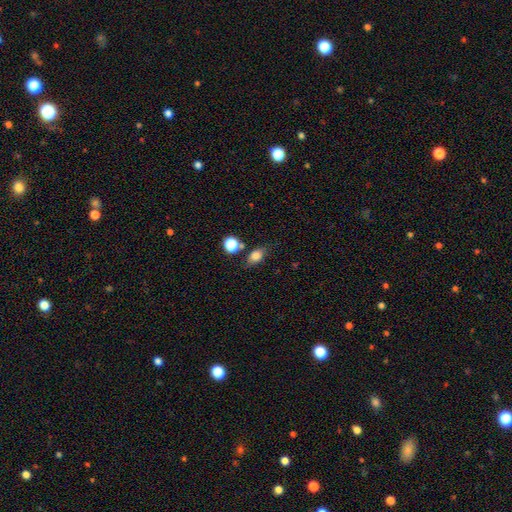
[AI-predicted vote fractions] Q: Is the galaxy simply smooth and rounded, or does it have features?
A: smooth — 78%.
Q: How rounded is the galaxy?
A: in between — 72%.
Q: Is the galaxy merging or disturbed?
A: none — 67%.